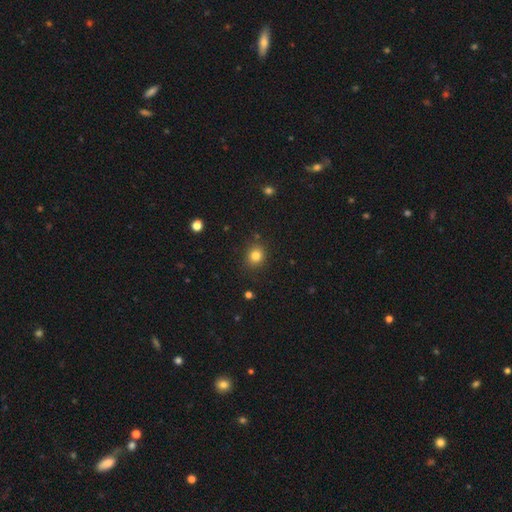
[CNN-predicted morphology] type=smooth (82%); roundness=round (79%); merging=none (87%).